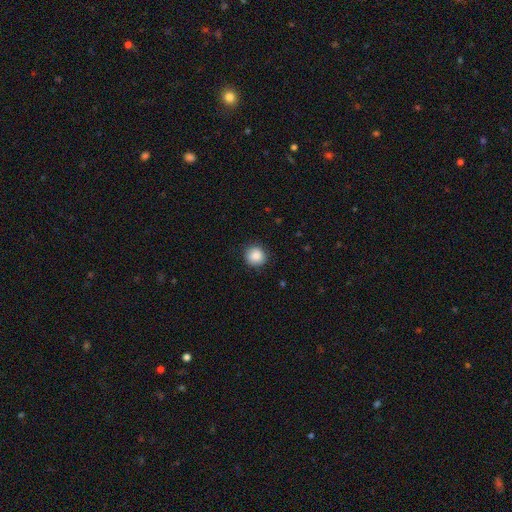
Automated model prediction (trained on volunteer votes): Overall: smooth (88%). How rounded: round (91%). Merging: none (87%).